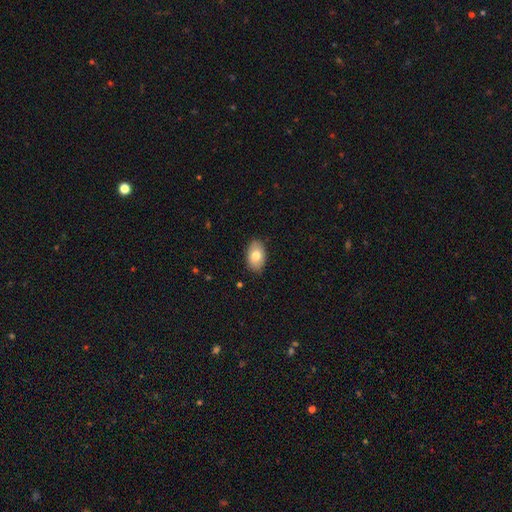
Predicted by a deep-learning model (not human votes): This appears to be a smooth galaxy with no disk features (77%) that is in between round and cigar-shaped (90%). Merging: none (86%).